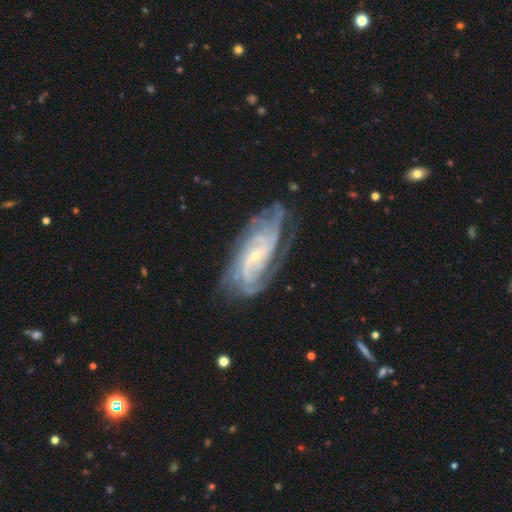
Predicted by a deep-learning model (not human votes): Overall: featured or disk (90%). Edge-on disk: no (95%). Bar: no (44%; weak 41%). Spiral arms: yes (98%). Spiral arm count: can't tell (22%, tied with 3). Spiral winding: tight (64%; medium 30%). Bulge size: small (76%). Merging: none (71%).